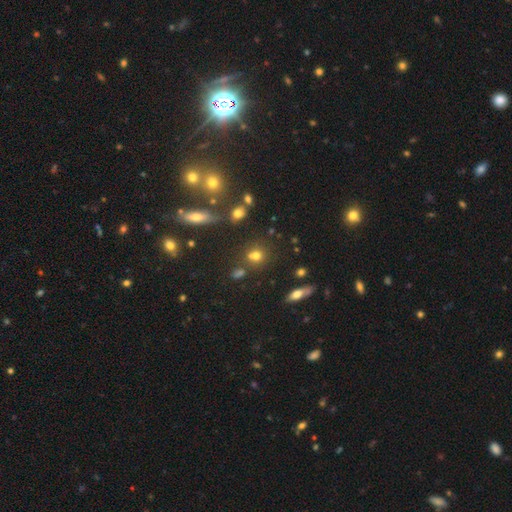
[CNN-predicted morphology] A smooth galaxy with no disk features (68%) that is round (76%). Merging: none (63%).